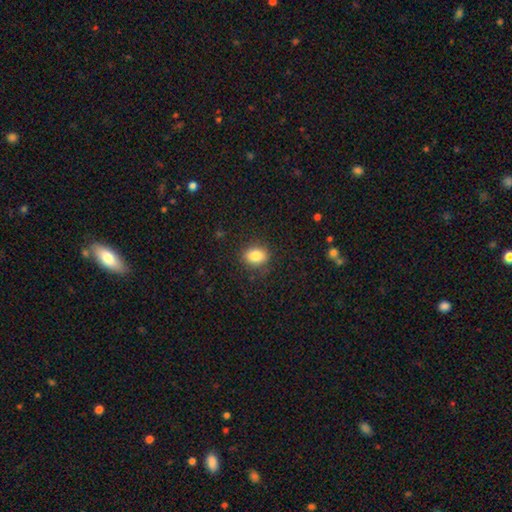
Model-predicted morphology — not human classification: smooth-or-featured: smooth: 84% | star or artifact: 9% | featured or disk: 6%
  how-rounded: in between: 61% | round: 38% | cigar-shaped: 1%
  merging: none: 85% | minor disturbance: 11% | major disturbance: 3% | merger: 1%